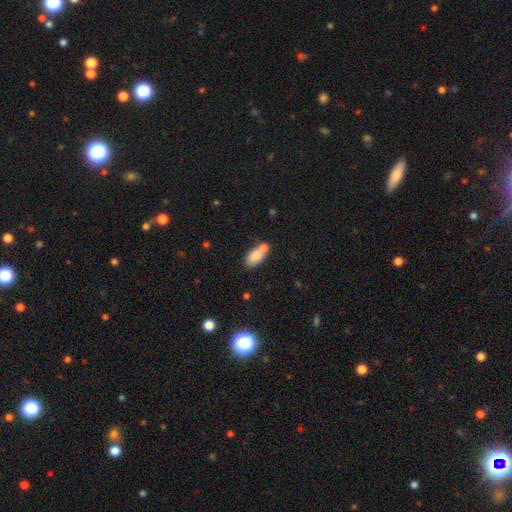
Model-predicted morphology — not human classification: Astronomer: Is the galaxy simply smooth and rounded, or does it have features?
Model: smooth — 80%.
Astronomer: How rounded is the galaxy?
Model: in between — 90%.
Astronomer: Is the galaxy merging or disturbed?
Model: none — 46% (runner-up: merger, 36%).